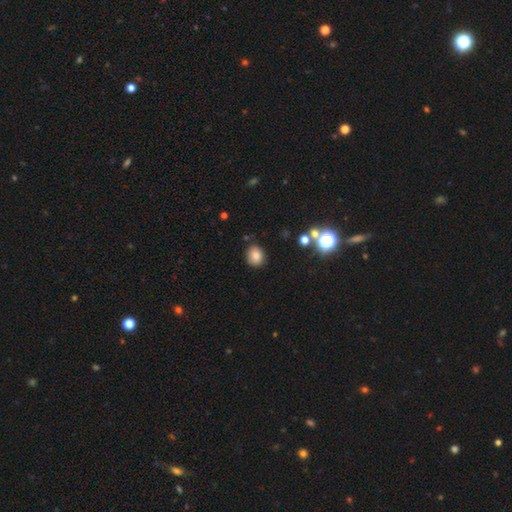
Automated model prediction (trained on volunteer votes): Smooth or featured? Predicted: smooth (p=0.80). How rounded? Predicted: round (p=0.64). Merging? Predicted: none (p=0.84).